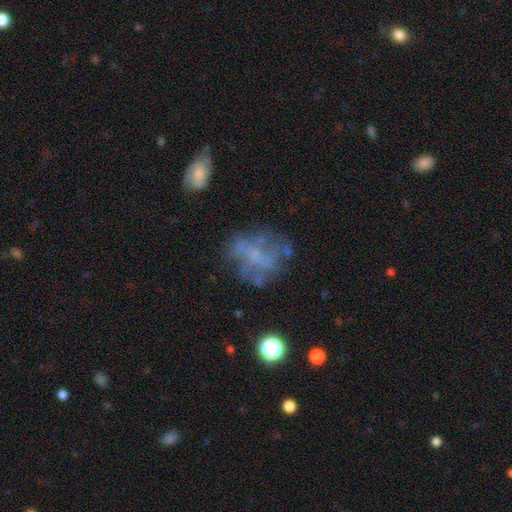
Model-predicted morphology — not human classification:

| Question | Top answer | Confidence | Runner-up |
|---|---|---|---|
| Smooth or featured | featured or disk | 55% | smooth (29%) |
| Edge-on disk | no | 96% | yes (4%) |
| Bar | no | 74% | weak (20%) |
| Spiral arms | no | 72% | yes (28%) |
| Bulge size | none | 51% | small (32%) |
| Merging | none | 52% | major disturbance (21%) |